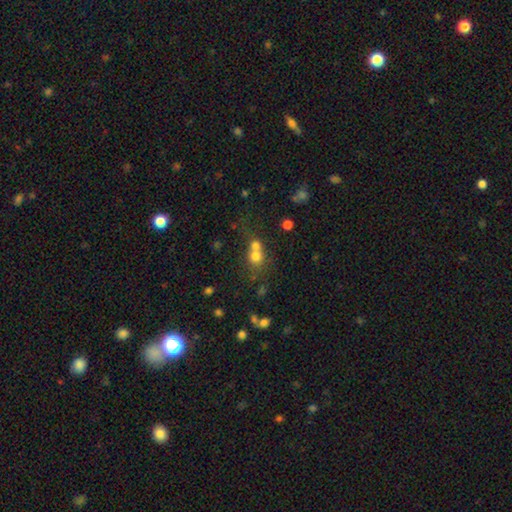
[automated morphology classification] Overall: smooth (70%). How rounded: round (79%). Merging: merger (57%; none 33%).